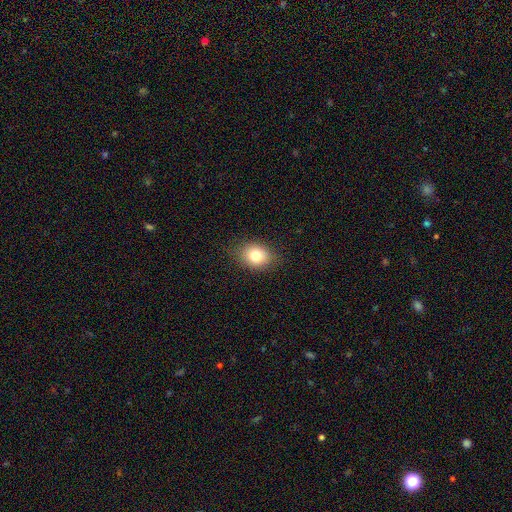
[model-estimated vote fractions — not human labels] A smooth galaxy with no disk features (80%) that is in between round and cigar-shaped (54%). Merging: none (84%).